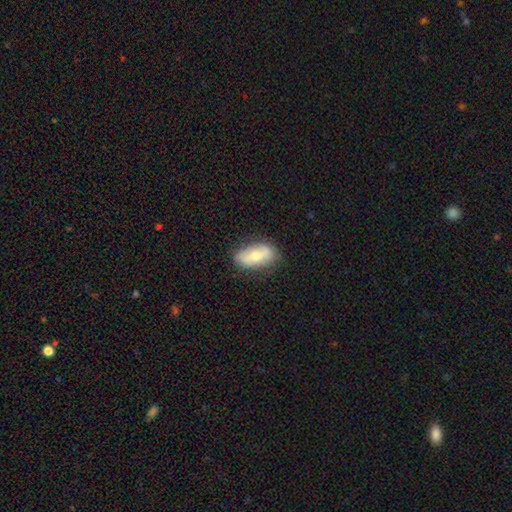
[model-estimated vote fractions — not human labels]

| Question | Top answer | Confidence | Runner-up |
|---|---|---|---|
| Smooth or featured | smooth | 59% | featured or disk (35%) |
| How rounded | in between | 89% | cigar-shaped (6%) |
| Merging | none | 78% | minor disturbance (16%) |